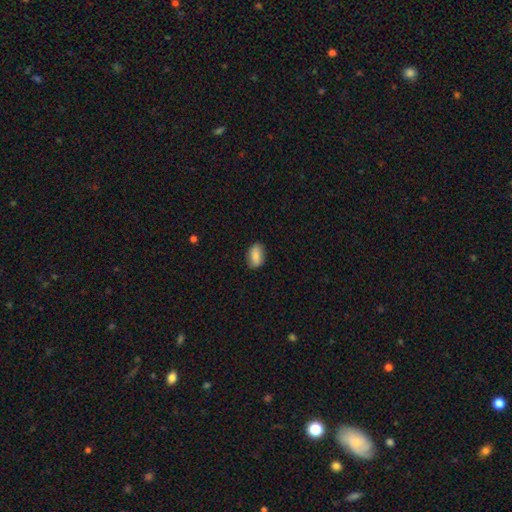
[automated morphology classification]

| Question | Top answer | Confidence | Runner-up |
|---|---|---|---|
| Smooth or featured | smooth | 84% | featured or disk (9%) |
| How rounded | in between | 89% | round (8%) |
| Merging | none | 86% | minor disturbance (11%) |